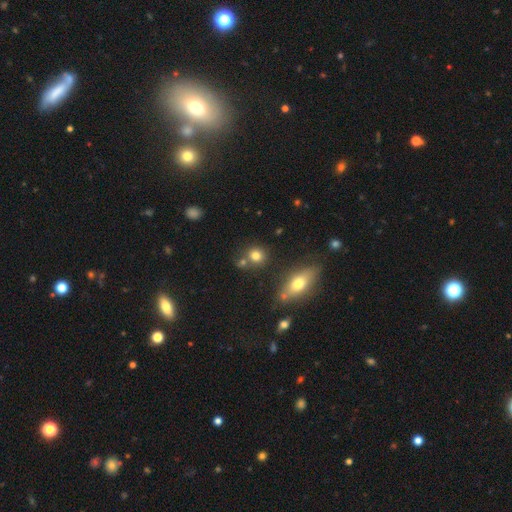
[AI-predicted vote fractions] This appears to be a smooth galaxy with no disk features (77%) that is round (82%). Merging: none (68%).